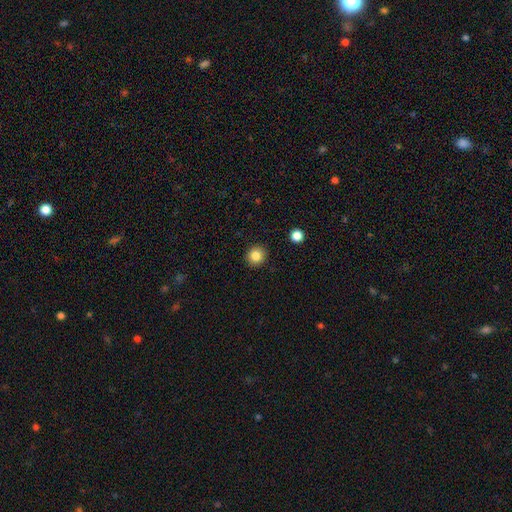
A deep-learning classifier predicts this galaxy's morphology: smooth_or_featured: smooth (p=0.84) [alt: star or artifact p=0.11]
how_rounded: round (p=0.91) [alt: in between p=0.08]
merging: none (p=0.92) [alt: minor disturbance p=0.05]